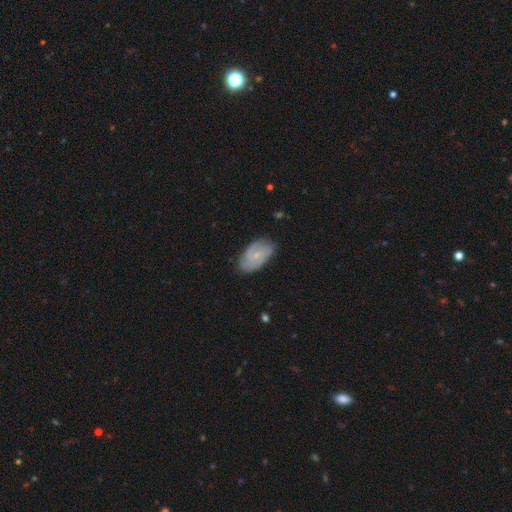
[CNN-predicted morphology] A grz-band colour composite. It shows a featured or disk galaxy (73%) with no bar (53%), 2 (56%) tight (47%) spiral arms (92%) and a small central bulge (73%). Merging: none (76%).